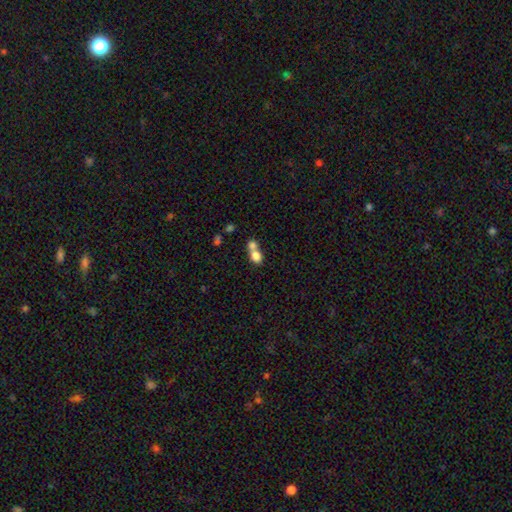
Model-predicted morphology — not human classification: Smooth or featured: smooth — 78% (featured or disk — 12%)
How rounded: round — 56% (in between — 43%)
Merging: merger — 65% (none — 26%)